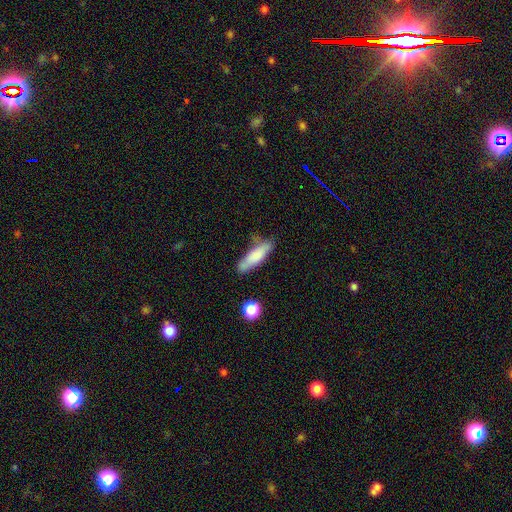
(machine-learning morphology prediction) A smooth galaxy with no disk features (76%) that is cigar-shaped (63%).

Vote fractions:
- Smooth or featured? smooth: 76% / featured or disk: 17% / star or artifact: 7%
- How rounded? cigar-shaped: 63% / in between: 35% / round: 2%
- Merging? none: 66% / minor disturbance: 23% / merger: 6% / major disturbance: 6%